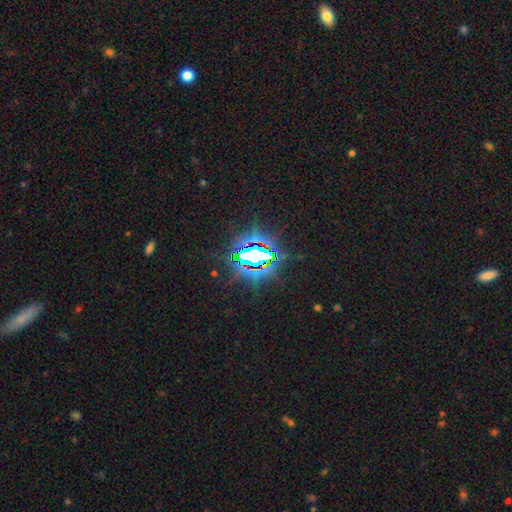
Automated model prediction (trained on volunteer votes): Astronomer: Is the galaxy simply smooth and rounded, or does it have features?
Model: star or artifact — 79%.